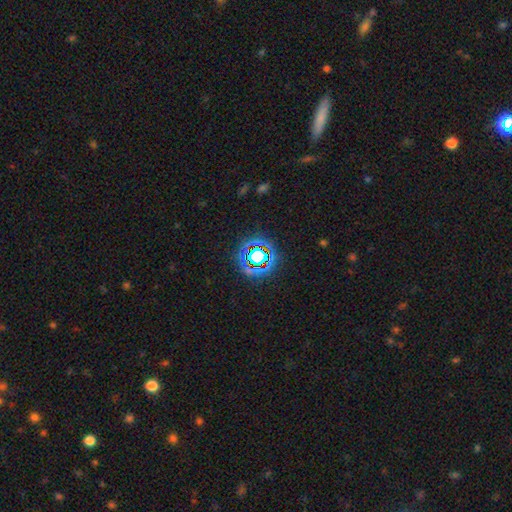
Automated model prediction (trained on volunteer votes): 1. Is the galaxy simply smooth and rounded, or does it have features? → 68% star or artifact, 21% smooth, 11% featured or disk.